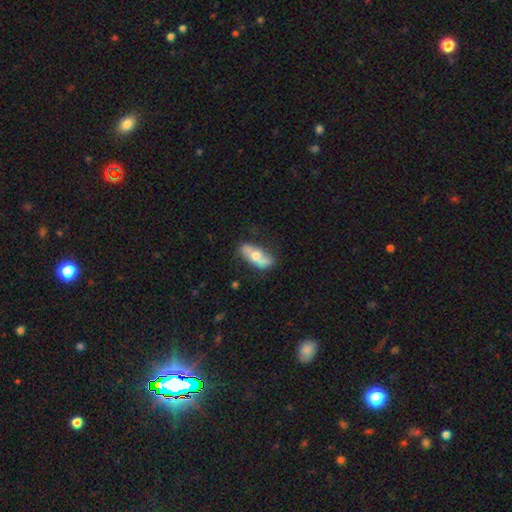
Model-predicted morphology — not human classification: This appears to be a featured or disk galaxy (50%). Merging: none (75%).